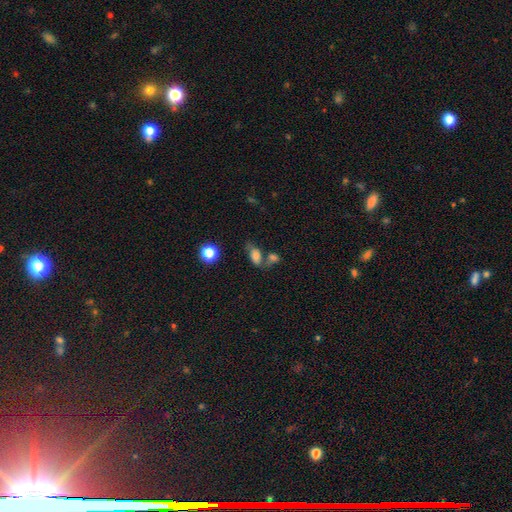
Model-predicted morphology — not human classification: Smooth or featured?
  - smooth: 70% *
  - featured or disk: 17%
  - star or artifact: 13%
How rounded?
  - in between: 84% *
  - round: 13%
  - cigar-shaped: 4%
Merging?
  - none: 36% * (tied)
  - merger: 36% * (tied)
  - minor disturbance: 17%
  - major disturbance: 11%